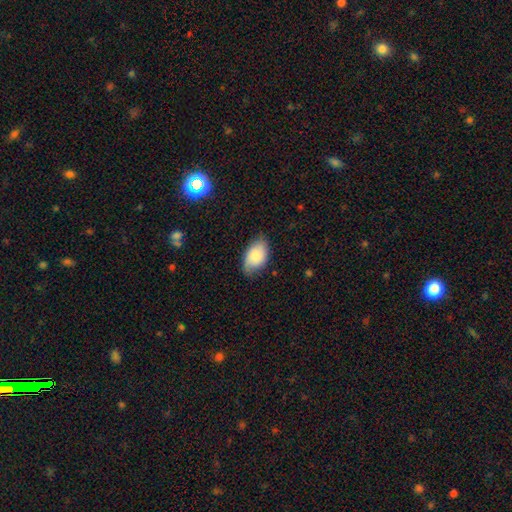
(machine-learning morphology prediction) Q: Smooth or featured?
A: smooth (75%); runner-up: featured or disk (18%)
Q: How rounded?
A: in between (92%); runner-up: round (7%)
Q: Merging?
A: none (68%); runner-up: minor disturbance (26%)